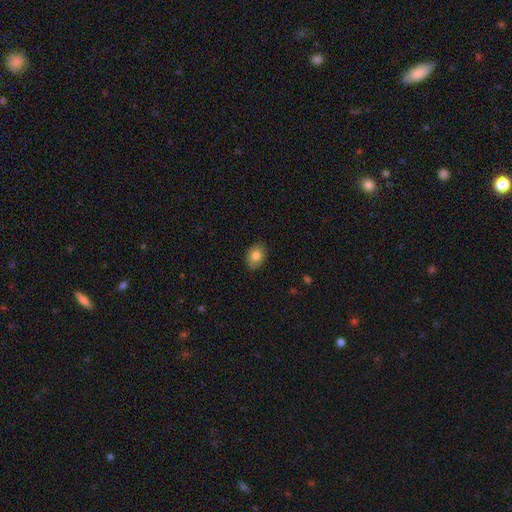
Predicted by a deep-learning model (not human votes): Smooth or featured? Predicted: smooth (p=0.82). How rounded? Predicted: in between (p=0.68). Merging? Predicted: none (p=0.86).